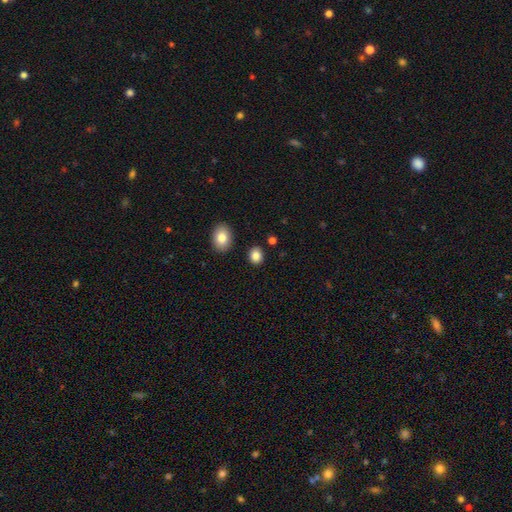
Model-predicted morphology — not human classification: smooth-or-featured: smooth: 86% | star or artifact: 9% | featured or disk: 5%
  how-rounded: round: 51% | in between: 48% | cigar-shaped: 1%
  merging: none: 86% | minor disturbance: 8% | merger: 4% | major disturbance: 2%